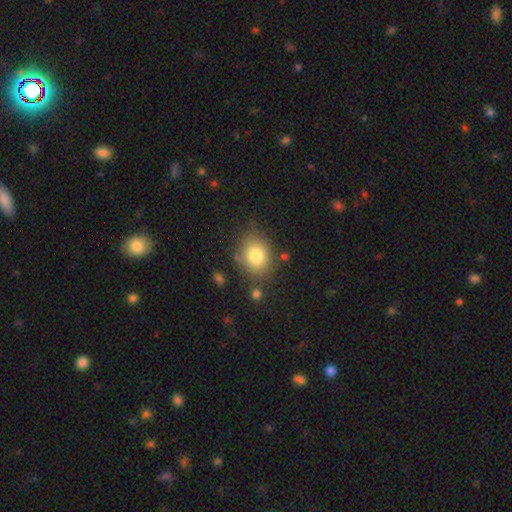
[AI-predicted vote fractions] This appears to be a smooth galaxy with no disk features (80%) that is round (54%). Merging: none (75%).